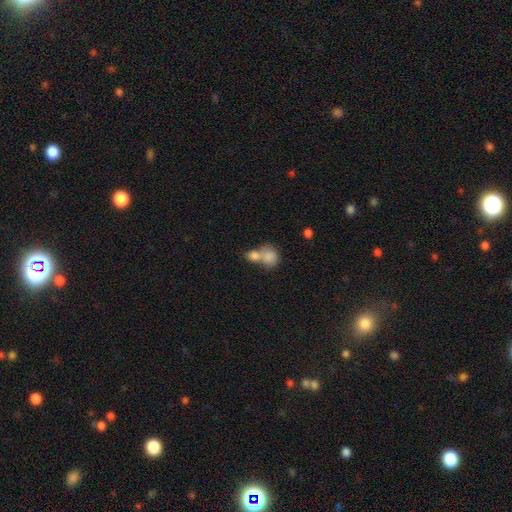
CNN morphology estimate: Q: Smooth or featured?
A: smooth (81%); runner-up: featured or disk (11%)
Q: How rounded?
A: round (56%); runner-up: in between (42%)
Q: Merging?
A: merger (68%); runner-up: none (21%)